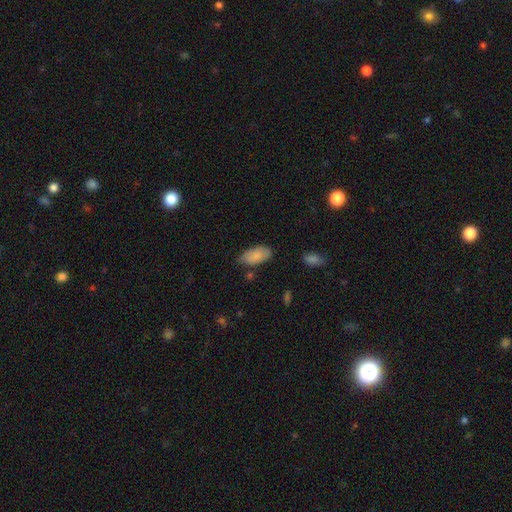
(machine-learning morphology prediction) This appears to be a smooth galaxy with no disk features (82%) that is in between round and cigar-shaped (94%). Merging: none (68%).